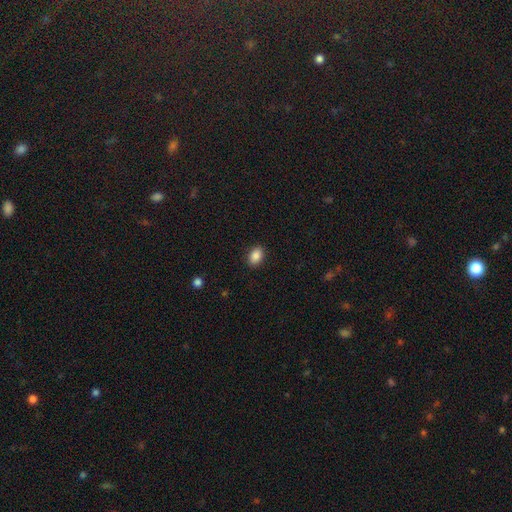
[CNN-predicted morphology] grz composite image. It shows a smooth galaxy with no disk features (88%) that is in between round and cigar-shaped (82%). Merging: none (89%).